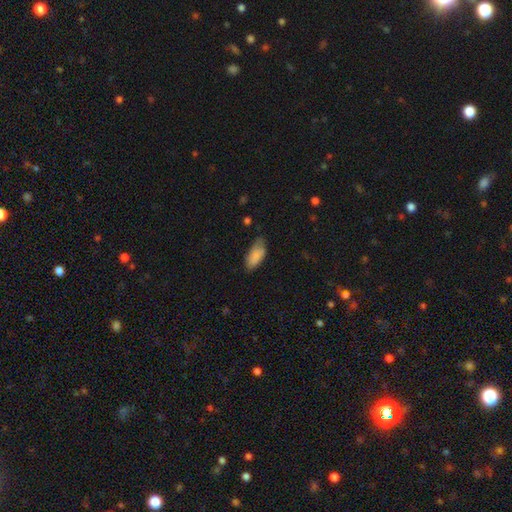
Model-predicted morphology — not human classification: smooth-or-featured: smooth: 85% | featured or disk: 9% | star or artifact: 6%
  how-rounded: in between: 89% | cigar-shaped: 9% | round: 2%
  merging: none: 58% | minor disturbance: 33% | major disturbance: 7% | merger: 2%